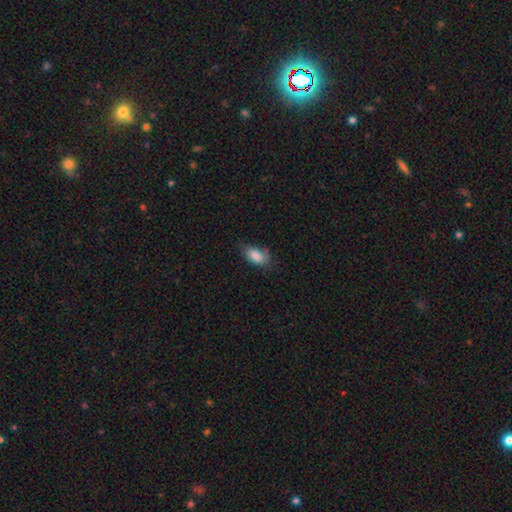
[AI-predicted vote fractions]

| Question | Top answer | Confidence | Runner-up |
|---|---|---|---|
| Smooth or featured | smooth | 85% | featured or disk (8%) |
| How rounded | in between | 91% | cigar-shaped (5%) |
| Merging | none | 67% | minor disturbance (26%) |